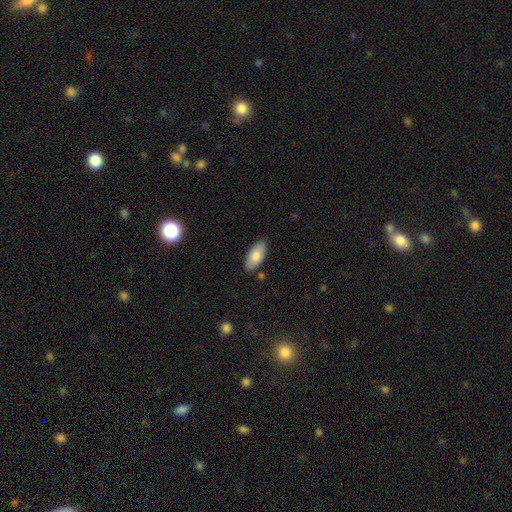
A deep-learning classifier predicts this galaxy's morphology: Q: Smooth or featured?
A: smooth (80%); runner-up: featured or disk (14%)
Q: How rounded?
A: in between (92%); runner-up: cigar-shaped (6%)
Q: Merging?
A: none (84%); runner-up: minor disturbance (12%)